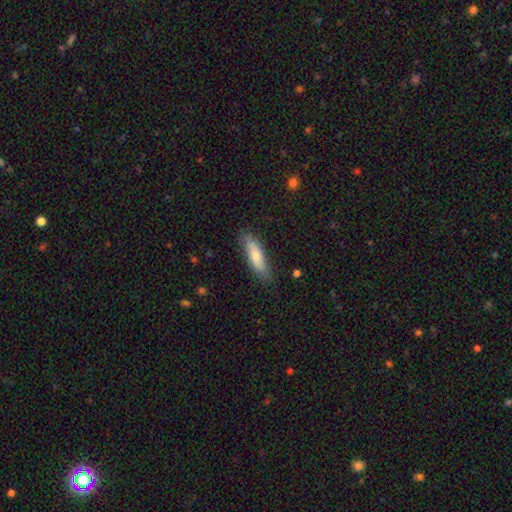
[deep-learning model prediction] Q: Smooth or featured?
A: smooth (69%); runner-up: featured or disk (25%)
Q: How rounded?
A: cigar-shaped (57%); runner-up: in between (41%)
Q: Merging?
A: none (80%); runner-up: minor disturbance (16%)